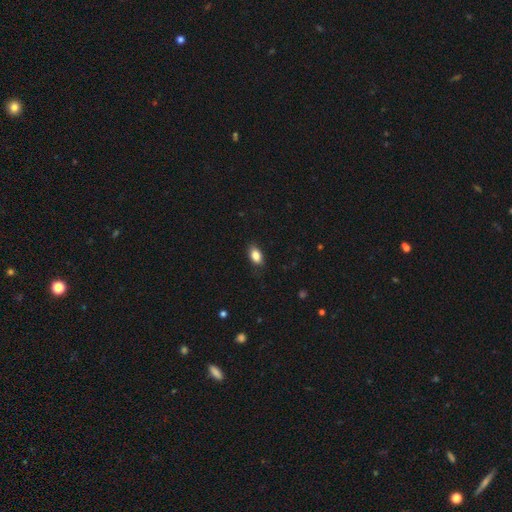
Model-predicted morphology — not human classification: Smooth or featured? smooth (85%)
How rounded? in between (89%)
Merging? none (83%)